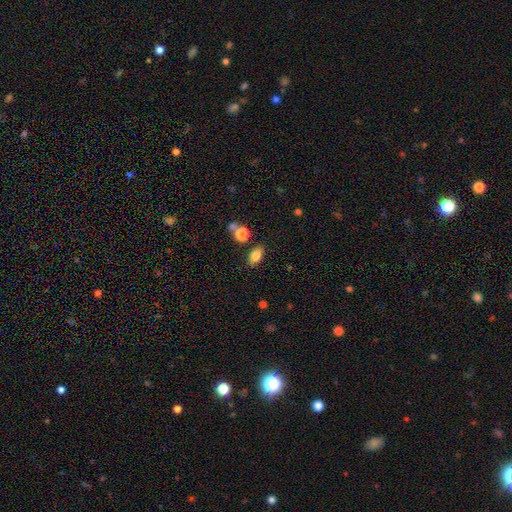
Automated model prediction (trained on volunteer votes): Smooth or featured: smooth — 82% (star or artifact — 10%)
How rounded: in between — 84% (round — 13%)
Merging: none — 78% (minor disturbance — 12%)